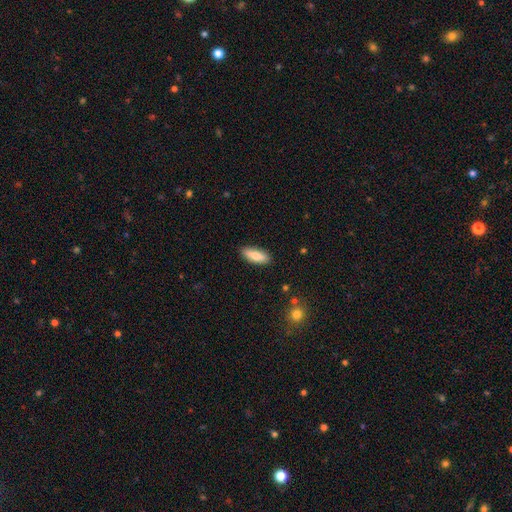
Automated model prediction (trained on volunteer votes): Smooth or featured? Predicted: smooth (p=0.79). How rounded? Predicted: in between (p=0.68). Merging? Predicted: none (p=0.88).